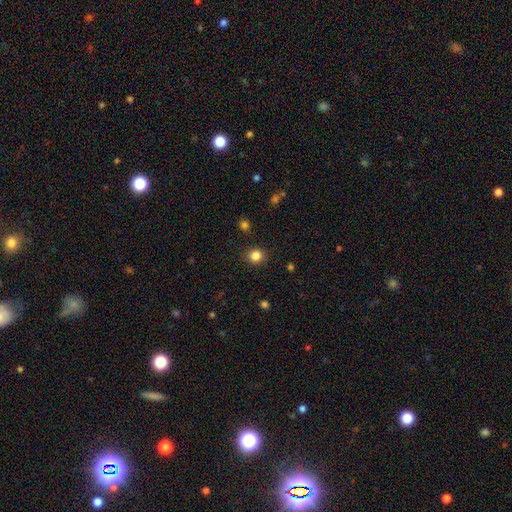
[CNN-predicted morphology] This is clearly a smooth galaxy (84%). How rounded: clearly round (84%). Merging: clearly none (90%).